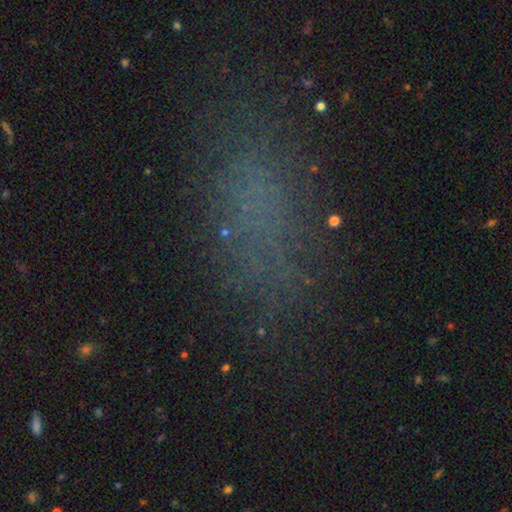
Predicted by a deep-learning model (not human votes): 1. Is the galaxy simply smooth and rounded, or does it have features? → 39% star or artifact, 38% smooth, 23% featured or disk.